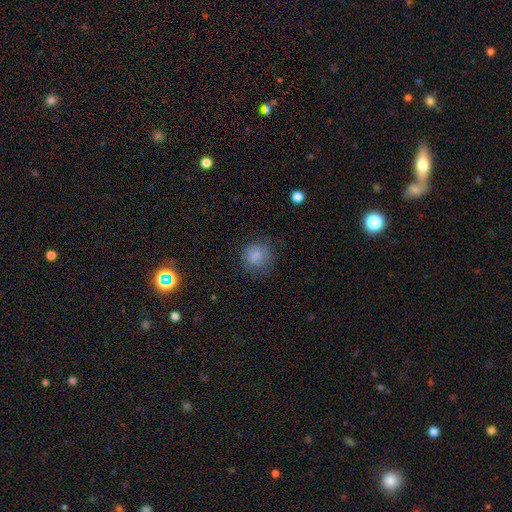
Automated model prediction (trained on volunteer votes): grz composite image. It shows a smooth galaxy with no disk features (79%) that is round (83%). Merging: none (70%).